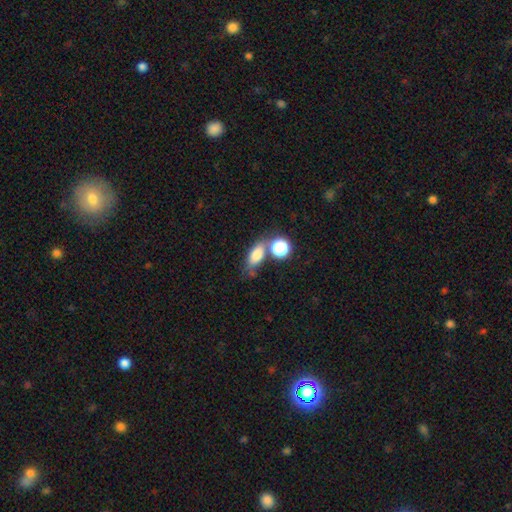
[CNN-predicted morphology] Smooth or featured? smooth (77%)
How rounded? in between (75%)
Merging? none (53%)